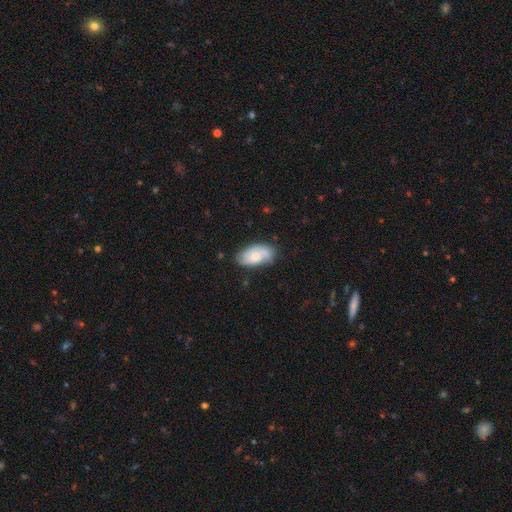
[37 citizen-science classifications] This is likely a smooth galaxy (65%). How rounded: clearly in between (96%). Merging: possibly none (56%).